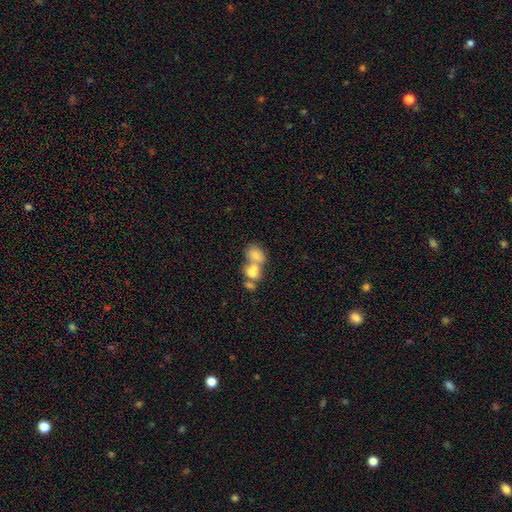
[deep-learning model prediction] A smooth galaxy with no disk features (73%) that is in between round and cigar-shaped (71%).

Vote fractions:
- Smooth or featured? smooth: 73% / featured or disk: 18% / star or artifact: 10%
- How rounded? in between: 71% / round: 28% / cigar-shaped: 2%
- Merging? merger: 66% / none: 22% / minor disturbance: 7% / major disturbance: 5%